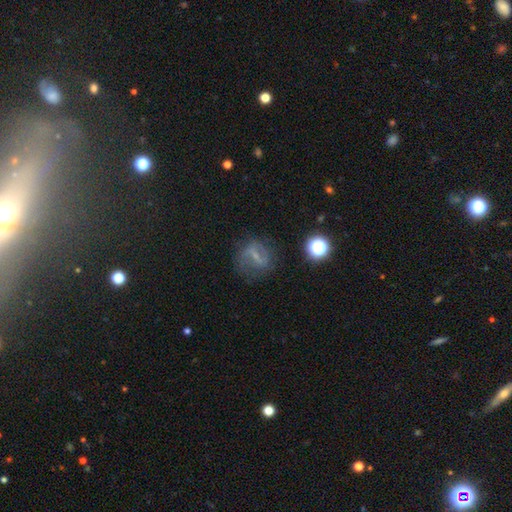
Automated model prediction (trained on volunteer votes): Smooth or featured: featured or disk — 51% (smooth — 31%)
Edge-on disk: no — 93% (yes — 7%)
Merging: none — 66% (minor disturbance — 18%)